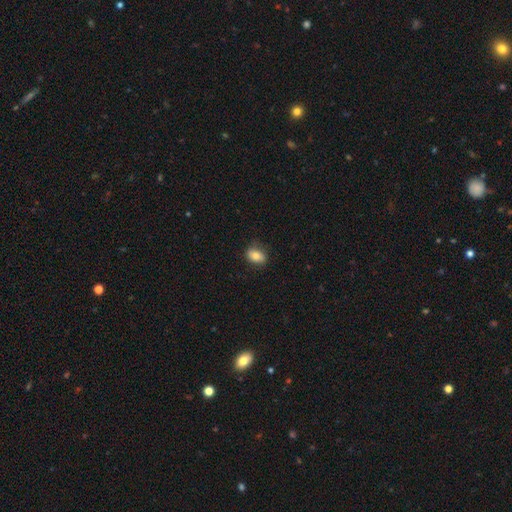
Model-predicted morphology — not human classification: smooth-or-featured: smooth: 78% | featured or disk: 14% | star or artifact: 9%
  how-rounded: in between: 74% | round: 24% | cigar-shaped: 2%
  merging: none: 80% | minor disturbance: 16% | major disturbance: 3% | merger: 1%